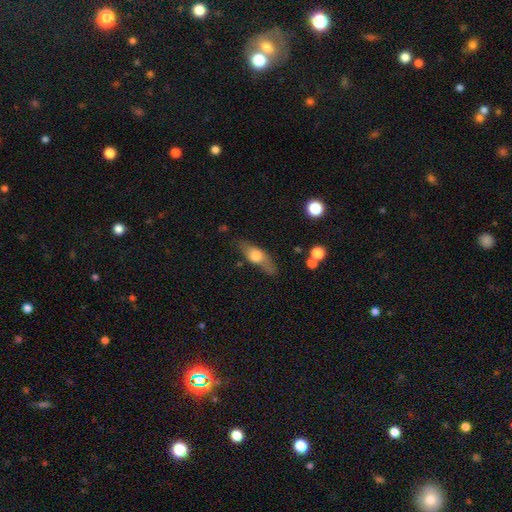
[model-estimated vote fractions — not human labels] smooth_or_featured: smooth (p=0.55) [alt: featured or disk p=0.39]
how_rounded: in between (p=0.55) [alt: cigar-shaped p=0.39]
merging: none (p=0.68) [alt: minor disturbance p=0.21]